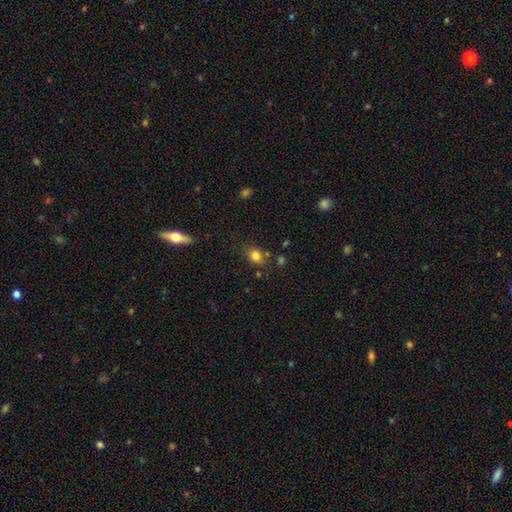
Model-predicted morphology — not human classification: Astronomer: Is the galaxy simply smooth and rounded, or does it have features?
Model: smooth — 81%.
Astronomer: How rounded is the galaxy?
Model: round — 51% (runner-up: in between, 47%).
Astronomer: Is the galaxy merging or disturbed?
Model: none — 73%.